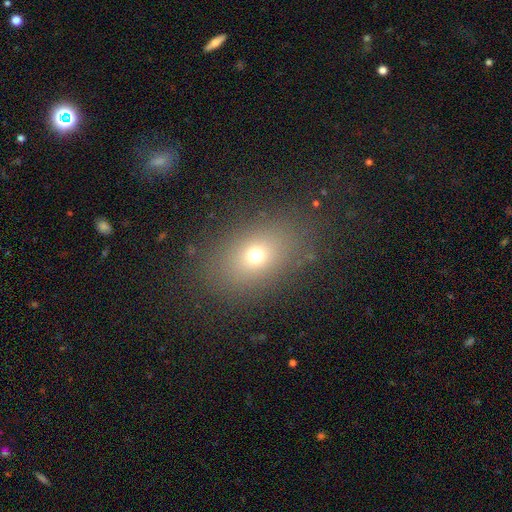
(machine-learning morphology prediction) smooth-or-featured: smooth: 68% | star or artifact: 19% | featured or disk: 13%
  how-rounded: in between: 67% | round: 31% | cigar-shaped: 2%
  merging: none: 82% | minor disturbance: 10% | major disturbance: 6% | merger: 2%